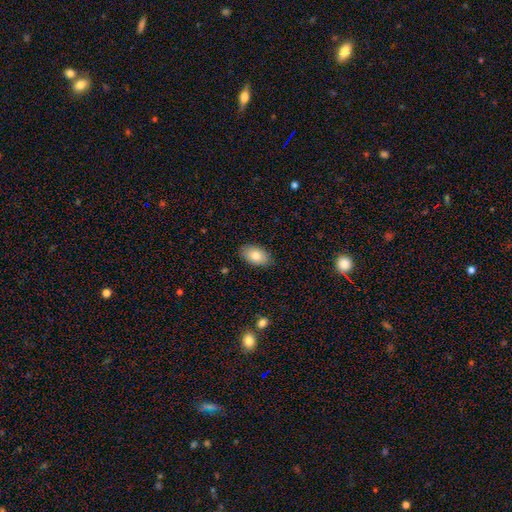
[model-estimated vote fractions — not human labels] Smooth or featured?
  - smooth: 82% *
  - featured or disk: 11%
  - star or artifact: 7%
How rounded?
  - in between: 92% *
  - round: 6%
  - cigar-shaped: 1%
Merging?
  - none: 85% *
  - minor disturbance: 11%
  - major disturbance: 2%
  - merger: 1%